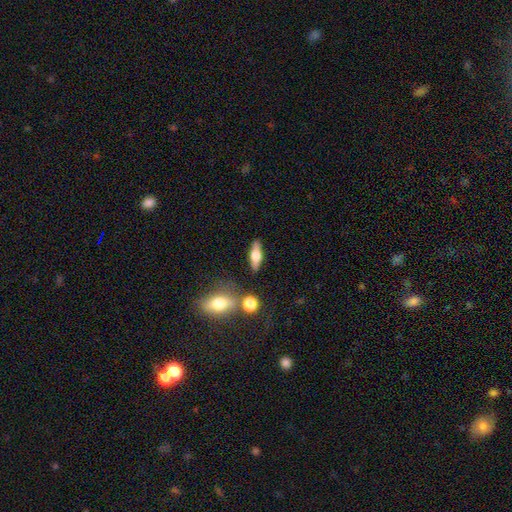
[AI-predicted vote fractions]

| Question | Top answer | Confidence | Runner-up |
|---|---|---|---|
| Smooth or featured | featured or disk | 48% | smooth (45%) |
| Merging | none | 83% | minor disturbance (10%) |